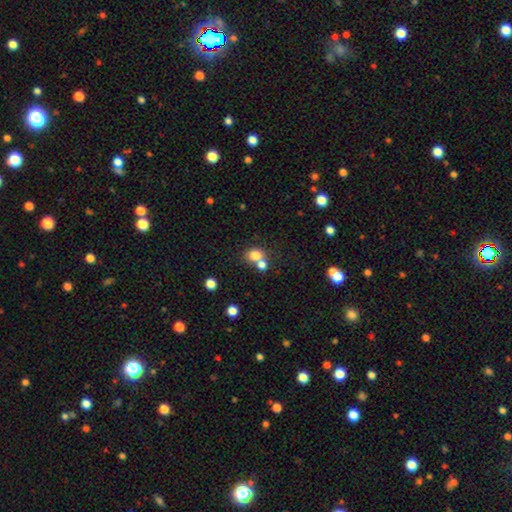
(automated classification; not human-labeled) A smooth galaxy with no disk features (78%) that is round (72%). Merging: none (48%).